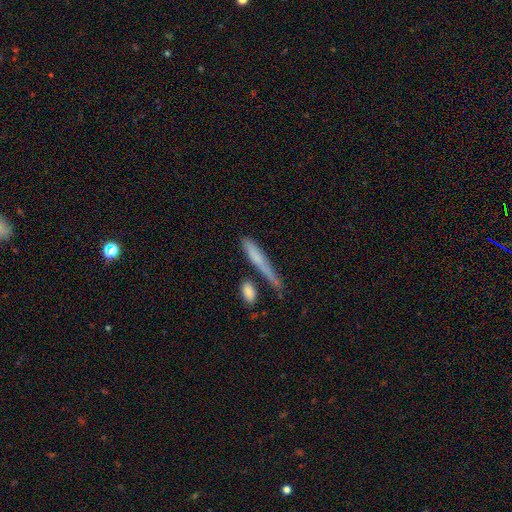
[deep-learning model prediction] This appears to be a smooth galaxy with no disk features (65%) that is cigar-shaped (87%). Merging: none (51%).